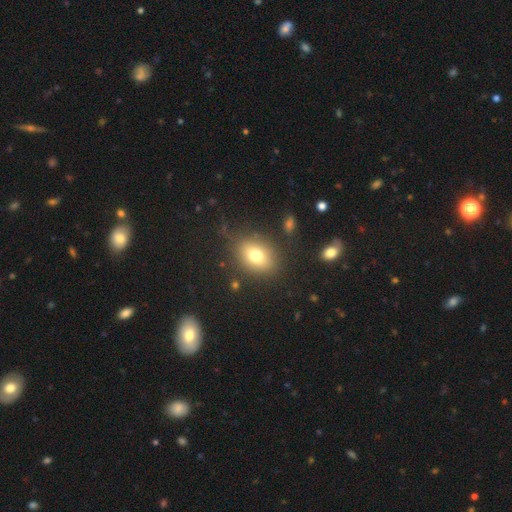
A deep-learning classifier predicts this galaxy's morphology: smooth_or_featured: smooth (p=0.74) [alt: featured or disk p=0.14]
how_rounded: in between (p=0.64) [alt: round p=0.34]
merging: none (p=0.81) [alt: minor disturbance p=0.12]